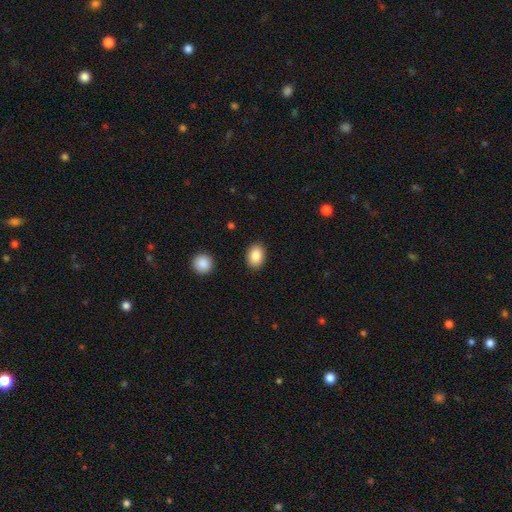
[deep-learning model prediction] Smooth or featured? smooth (87%)
How rounded? in between (73%)
Merging? none (88%)